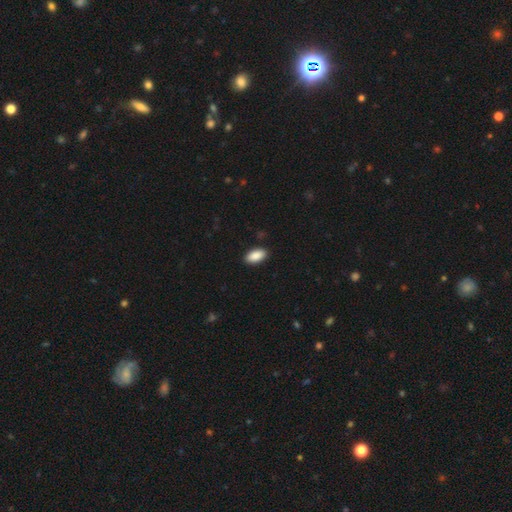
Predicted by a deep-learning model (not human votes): Q: Smooth or featured?
A: smooth (90%); runner-up: star or artifact (6%)
Q: How rounded?
A: in between (94%); runner-up: cigar-shaped (3%)
Q: Merging?
A: none (90%); runner-up: minor disturbance (7%)